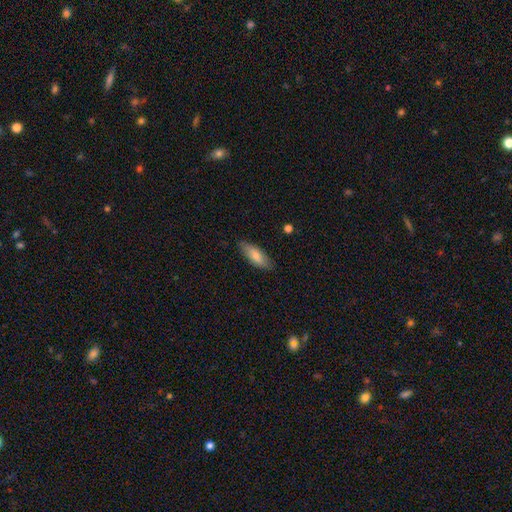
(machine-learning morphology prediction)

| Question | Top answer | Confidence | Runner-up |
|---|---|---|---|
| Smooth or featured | smooth | 77% | featured or disk (17%) |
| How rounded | in between | 70% | cigar-shaped (29%) |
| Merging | none | 82% | minor disturbance (14%) |